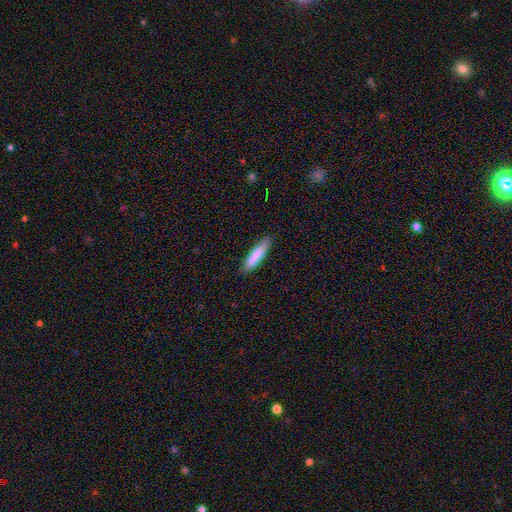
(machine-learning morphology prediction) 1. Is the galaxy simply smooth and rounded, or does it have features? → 84% smooth, 11% featured or disk, 6% star or artifact.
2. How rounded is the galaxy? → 84% cigar-shaped, 15% in between, 1% round.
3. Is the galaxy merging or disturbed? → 86% none, 11% minor disturbance, 2% major disturbance, 1% merger.